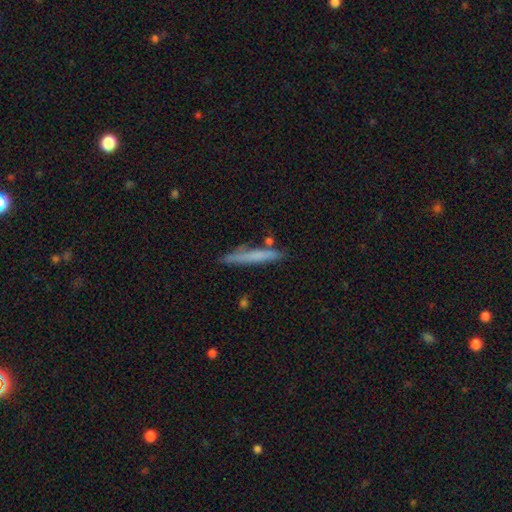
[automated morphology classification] Q: Smooth or featured?
A: smooth (62%); runner-up: featured or disk (31%)
Q: How rounded?
A: cigar-shaped (95%); runner-up: in between (3%)
Q: Merging?
A: none (80%); runner-up: minor disturbance (13%)